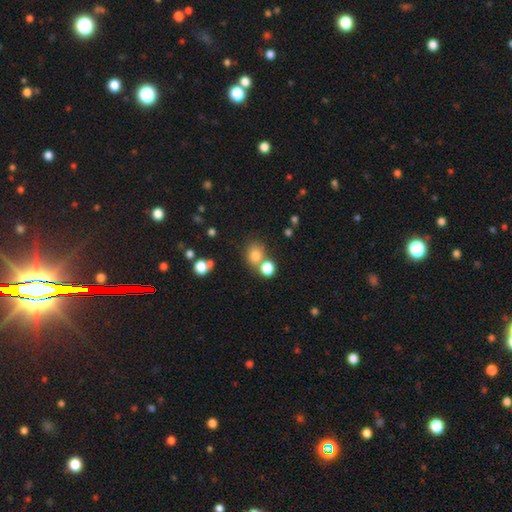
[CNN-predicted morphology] Q: Smooth or featured?
A: smooth (78%); runner-up: star or artifact (14%)
Q: How rounded?
A: round (70%); runner-up: in between (29%)
Q: Merging?
A: none (56%); runner-up: merger (29%)